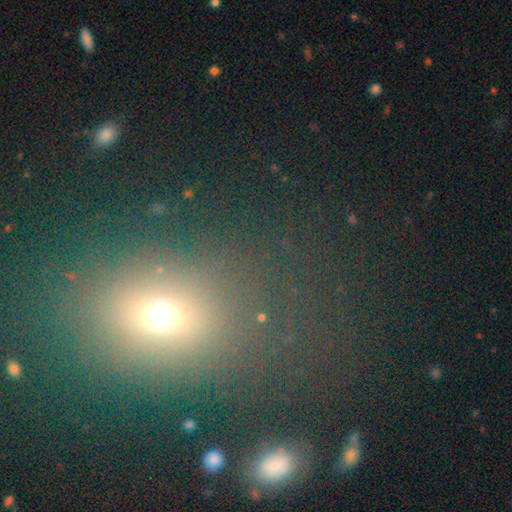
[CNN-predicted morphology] A smooth galaxy with no disk features (58%) that is in between round and cigar-shaped (52%).

Vote fractions:
- Smooth or featured? smooth: 58% / star or artifact: 29% / featured or disk: 13%
- How rounded? in between: 52% / round: 45% / cigar-shaped: 3%
- Merging? none: 72% / minor disturbance: 13% / major disturbance: 10% / merger: 5%